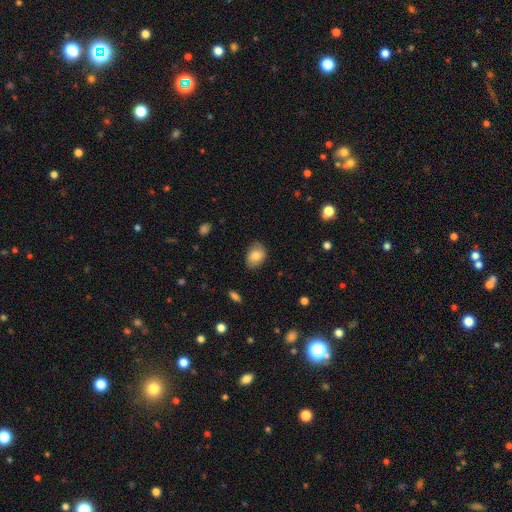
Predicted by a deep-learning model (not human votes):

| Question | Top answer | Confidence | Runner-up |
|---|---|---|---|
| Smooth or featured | smooth | 81% | featured or disk (11%) |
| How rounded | in between | 74% | round (25%) |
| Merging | none | 79% | minor disturbance (16%) |